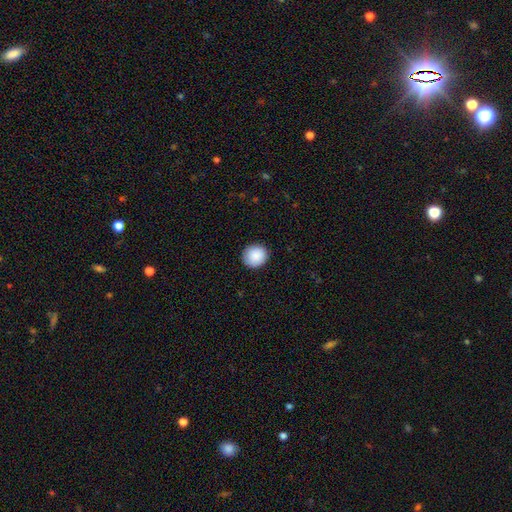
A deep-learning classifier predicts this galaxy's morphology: Smooth or featured? Predicted: smooth (p=0.89). How rounded? Predicted: round (p=0.89). Merging? Predicted: none (p=0.88).